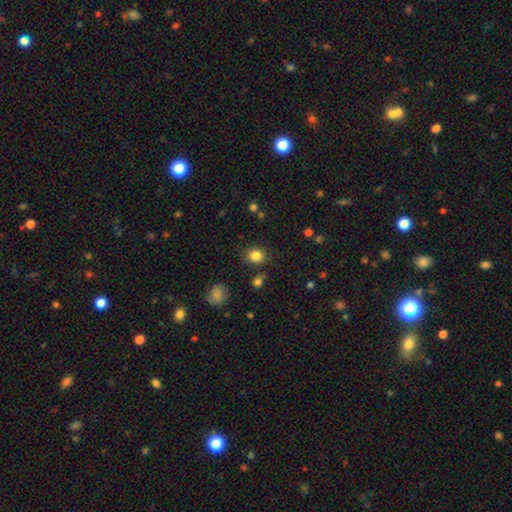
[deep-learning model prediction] This appears to be a smooth galaxy with no disk features (84%) that is round (62%). Merging: none (80%).